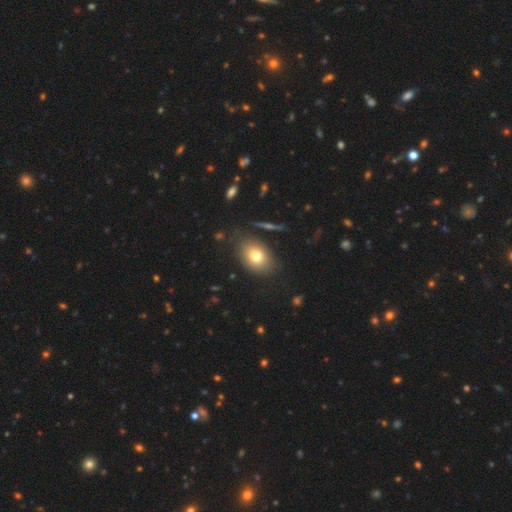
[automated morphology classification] Smooth or featured? smooth (75%)
How rounded? in between (75%)
Merging? none (82%)